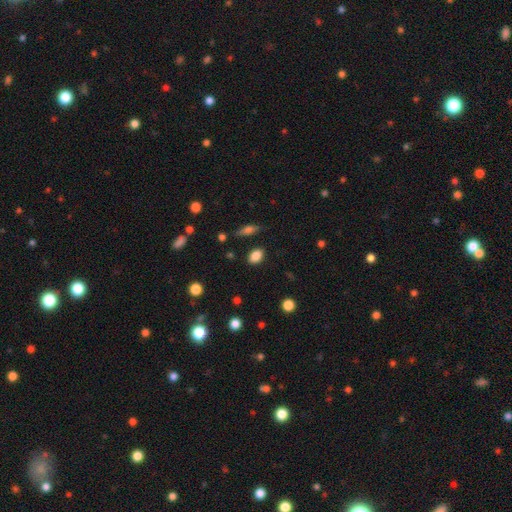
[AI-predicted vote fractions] Smooth or featured? smooth (84%)
How rounded? in between (77%)
Merging? none (84%)